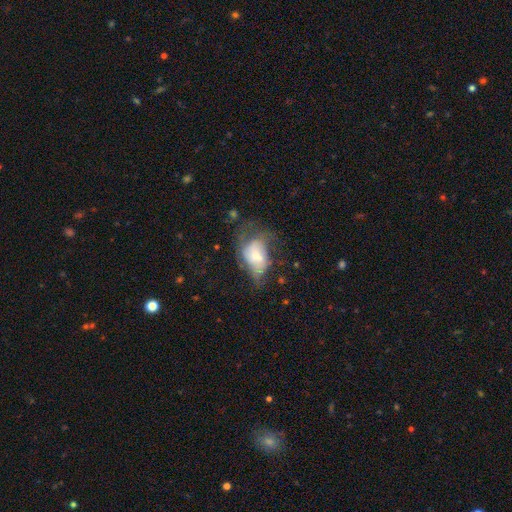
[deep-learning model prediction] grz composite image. It shows a smooth galaxy with no disk features (48%). Merging: major disturbance (40%).